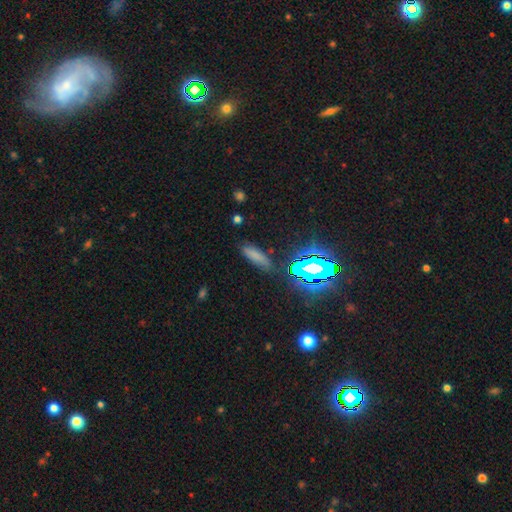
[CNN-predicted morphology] smooth 67%, star or artifact 22%, featured or disk 11%. Down the decision tree: how rounded — cigar-shaped (56%); merging — none (79%).